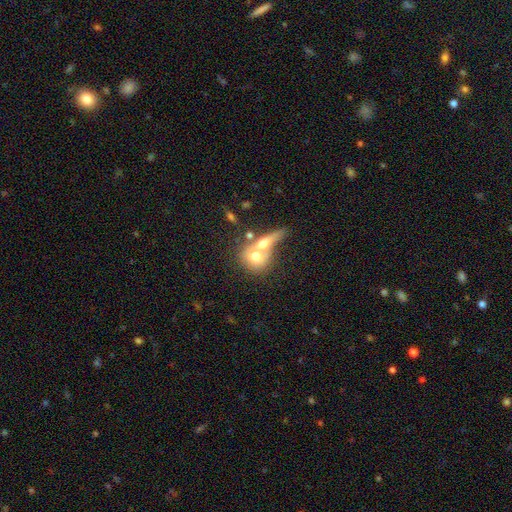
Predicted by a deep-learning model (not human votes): smooth 62%, featured or disk 30%, star or artifact 8%. Down the decision tree: how rounded — round (64%); merging — merger (66%).